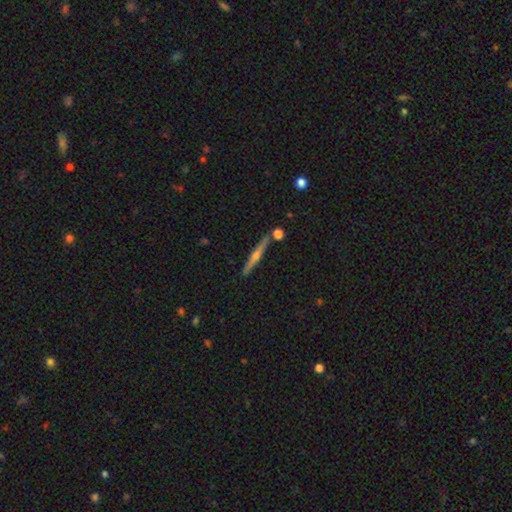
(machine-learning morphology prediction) Q: Smooth or featured?
A: featured or disk (75%); runner-up: smooth (18%)
Q: Edge-on disk?
A: yes (98%); runner-up: no (2%)
Q: Edge-on bulge?
A: rounded (87%); runner-up: none (8%)
Q: Merging?
A: none (88%); runner-up: minor disturbance (7%)